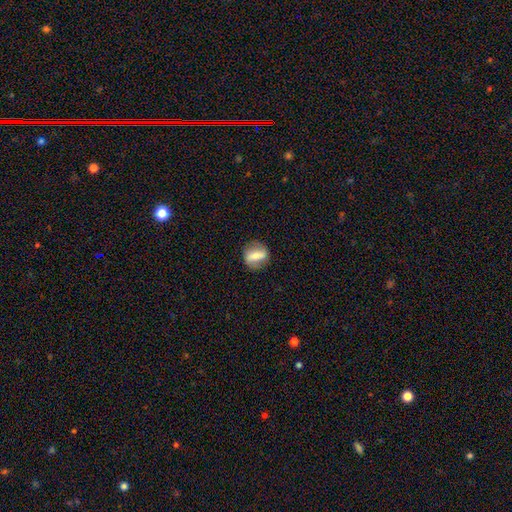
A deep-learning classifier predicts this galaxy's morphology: smooth 48%, featured or disk 44%, star or artifact 8%. Down the decision tree: merging — none (82%).